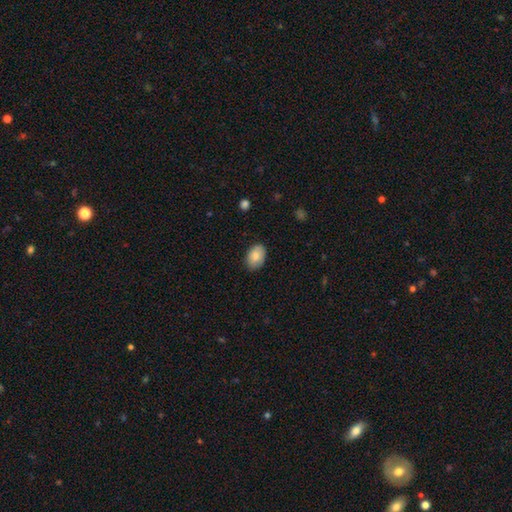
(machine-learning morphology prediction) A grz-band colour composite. It shows a smooth galaxy with no disk features (83%) that is in between round and cigar-shaped (85%). Merging: none (83%).